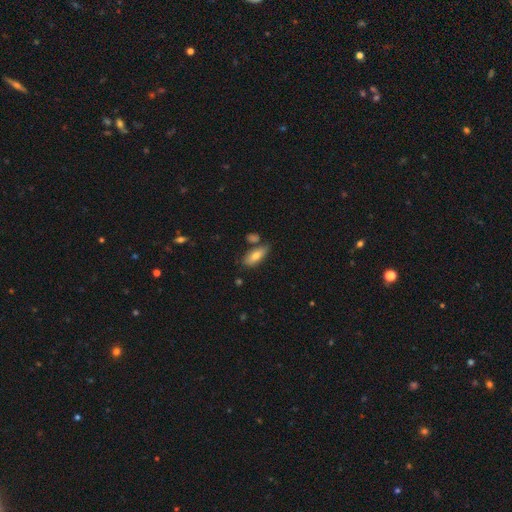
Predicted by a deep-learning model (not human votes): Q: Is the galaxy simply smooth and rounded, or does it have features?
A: smooth — 77%.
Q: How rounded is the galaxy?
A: in between — 77%.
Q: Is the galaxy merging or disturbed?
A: none — 67%.